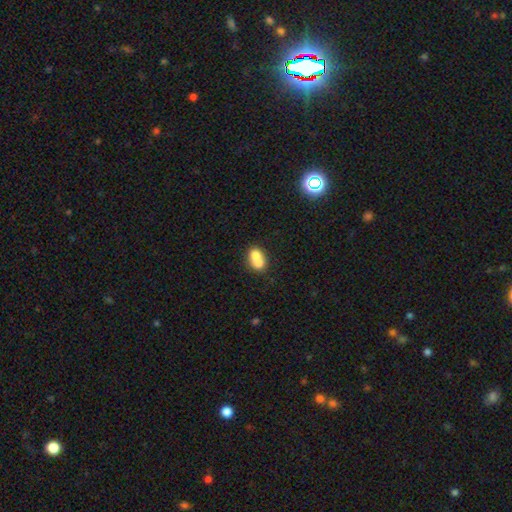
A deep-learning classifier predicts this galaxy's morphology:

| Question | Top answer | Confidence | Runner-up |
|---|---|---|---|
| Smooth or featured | smooth | 68% | featured or disk (23%) |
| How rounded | in between | 54% | round (45%) |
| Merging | merger | 65% | none (24%) |